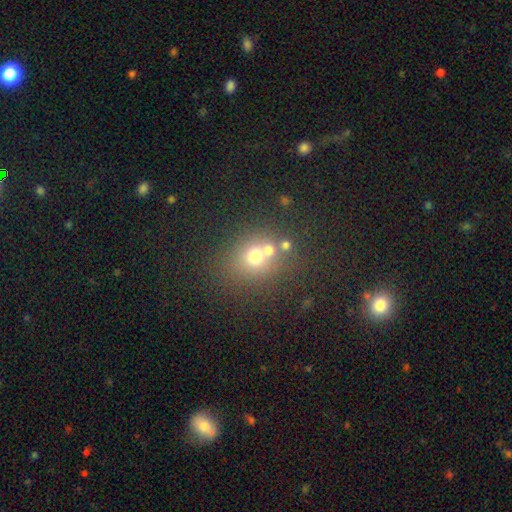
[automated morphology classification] smooth 64%, star or artifact 19%, featured or disk 16%. Down the decision tree: how rounded — round (72%); merging — none (49%).